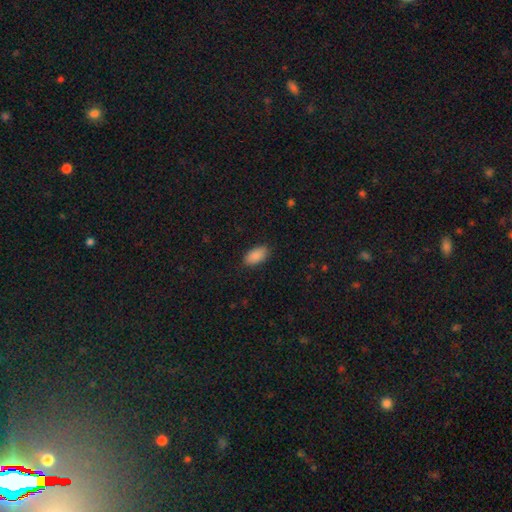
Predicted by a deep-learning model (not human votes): This appears to be a smooth galaxy with no disk features (89%) that is in between round and cigar-shaped (94%). Merging: none (87%).